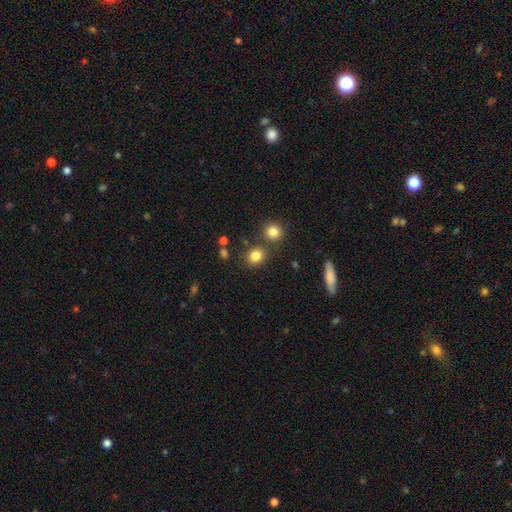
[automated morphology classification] The model was most divided on "how rounded": round: 67%, in between: 31%, cigar-shaped: 1%. More confident: smooth or featured — smooth (83%); merging — none (74%).